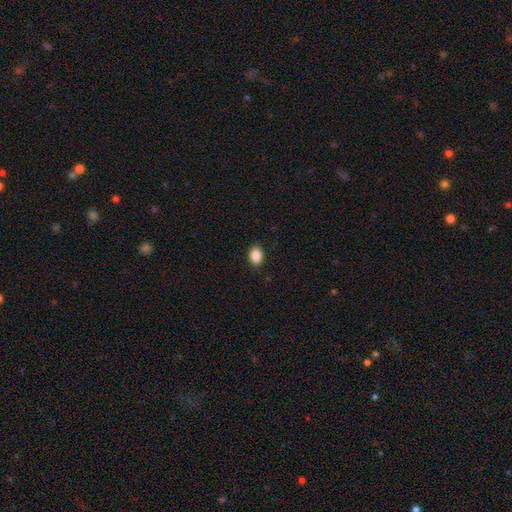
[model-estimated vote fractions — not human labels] Smooth or featured? smooth (88%)
How rounded? in between (79%)
Merging? none (89%)